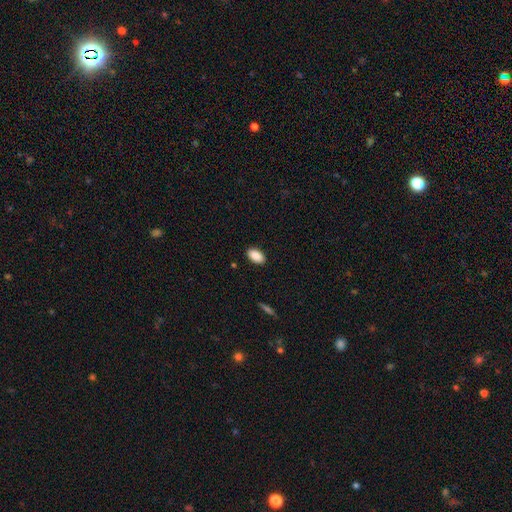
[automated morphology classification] Q: Smooth or featured?
A: smooth (90%); runner-up: star or artifact (7%)
Q: How rounded?
A: in between (93%); runner-up: round (4%)
Q: Merging?
A: none (88%); runner-up: minor disturbance (9%)